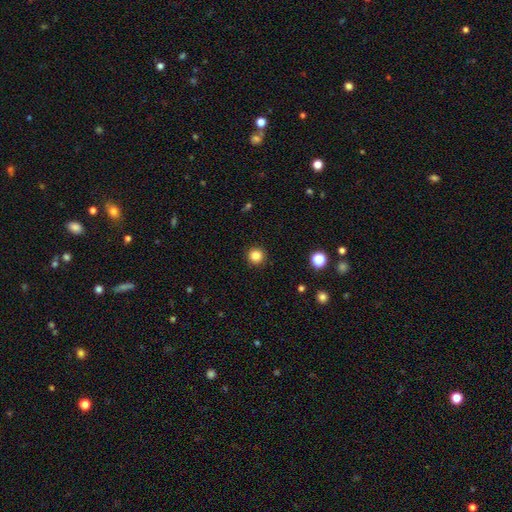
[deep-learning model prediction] A smooth galaxy with no disk features (84%) that is round (95%).

Vote fractions:
- Smooth or featured? smooth: 84% / star or artifact: 12% / featured or disk: 4%
- How rounded? round: 95% / in between: 4% / cigar-shaped: 1%
- Merging? none: 92% / minor disturbance: 5% / major disturbance: 2% / merger: 1%